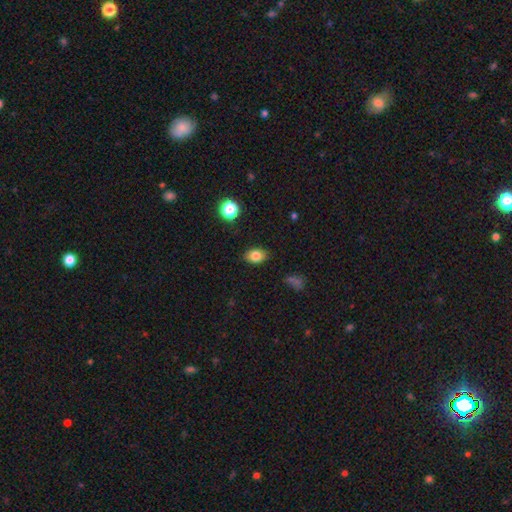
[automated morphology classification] Smooth or featured? smooth (81%)
How rounded? in between (78%)
Merging? none (86%)